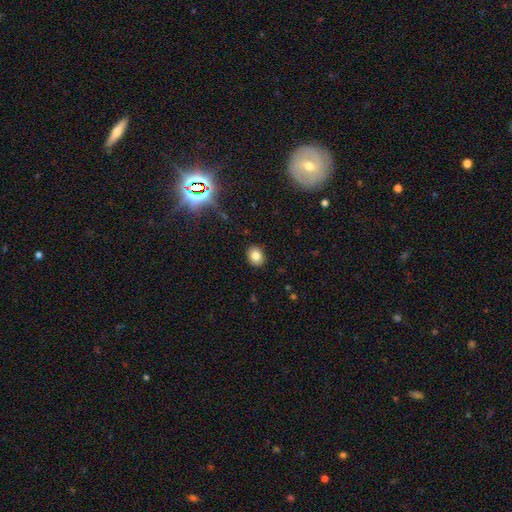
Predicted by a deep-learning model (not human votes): This appears to be a smooth galaxy with no disk features (81%) that is round (55%). Merging: none (90%).